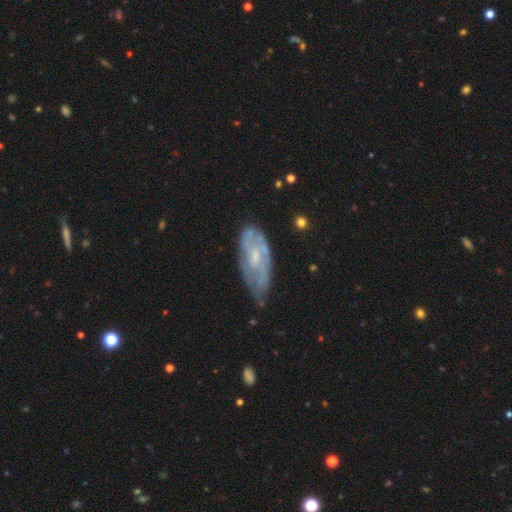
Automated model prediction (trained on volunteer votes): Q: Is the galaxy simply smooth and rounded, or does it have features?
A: featured or disk — 66%.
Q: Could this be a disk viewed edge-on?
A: no — 90%.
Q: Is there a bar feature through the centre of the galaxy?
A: no — 59%.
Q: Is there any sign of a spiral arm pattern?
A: yes — 66%.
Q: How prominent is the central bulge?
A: small — 50%.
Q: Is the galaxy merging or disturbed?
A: none — 49%.